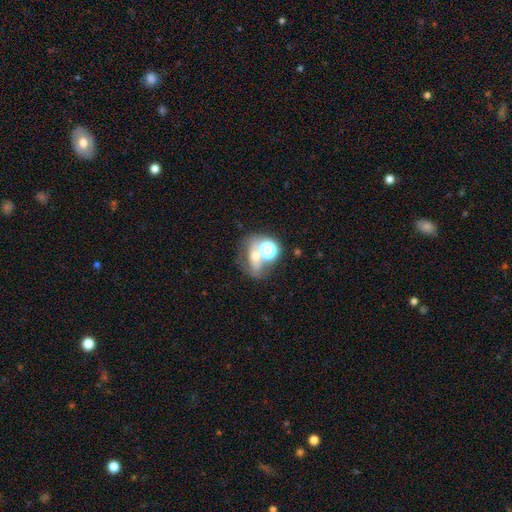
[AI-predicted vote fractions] Smooth or featured? smooth (44%)
Merging? none (41%)